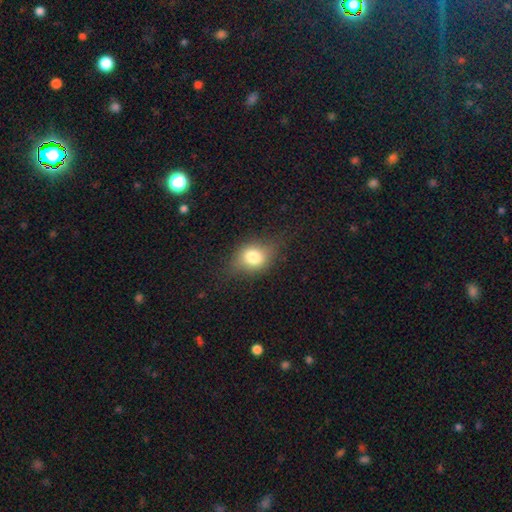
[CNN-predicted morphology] Smooth or featured? Predicted: smooth (p=0.61). How rounded? Predicted: in between (p=0.54). Merging? Predicted: none (p=0.82).